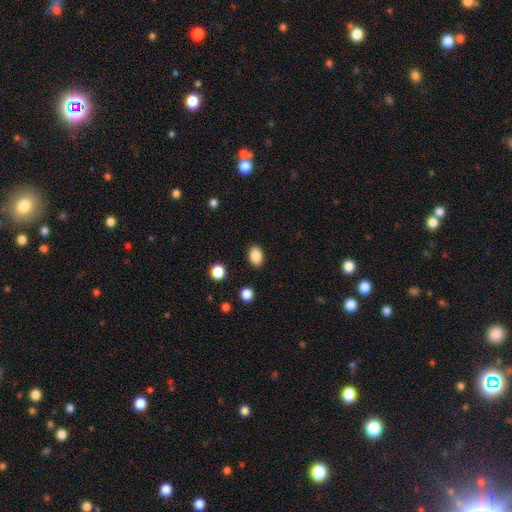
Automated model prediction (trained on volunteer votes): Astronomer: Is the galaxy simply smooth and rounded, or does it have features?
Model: smooth — 87%.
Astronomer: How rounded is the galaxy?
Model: in between — 81%.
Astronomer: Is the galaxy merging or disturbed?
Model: none — 87%.